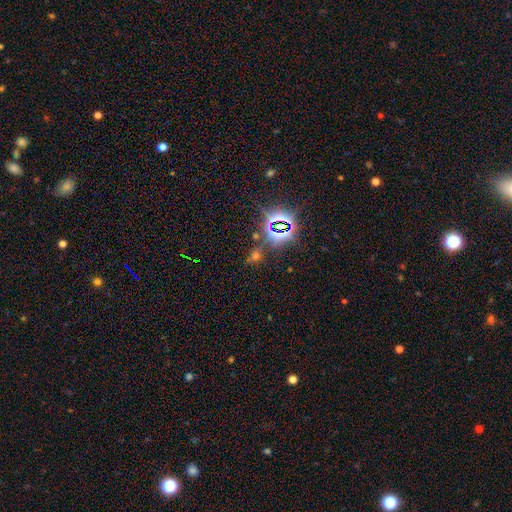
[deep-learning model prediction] Overall: star or artifact (59%; smooth 31%).